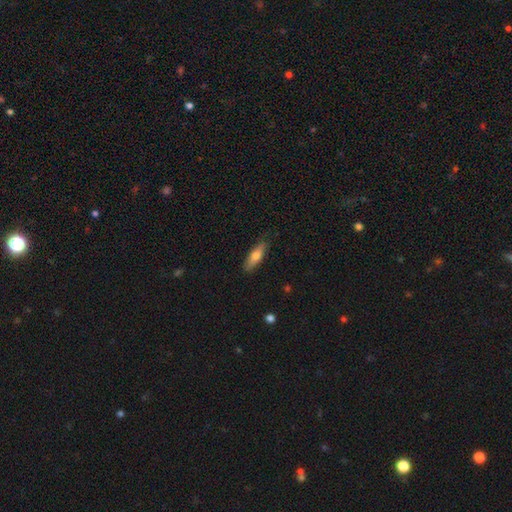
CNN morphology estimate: A smooth galaxy with no disk features (67%) that is cigar-shaped (56%).

Vote fractions:
- Smooth or featured? smooth: 67% / featured or disk: 27% / star or artifact: 6%
- How rounded? cigar-shaped: 56% / in between: 42% / round: 2%
- Merging? none: 83% / minor disturbance: 14% / major disturbance: 2% / merger: 1%